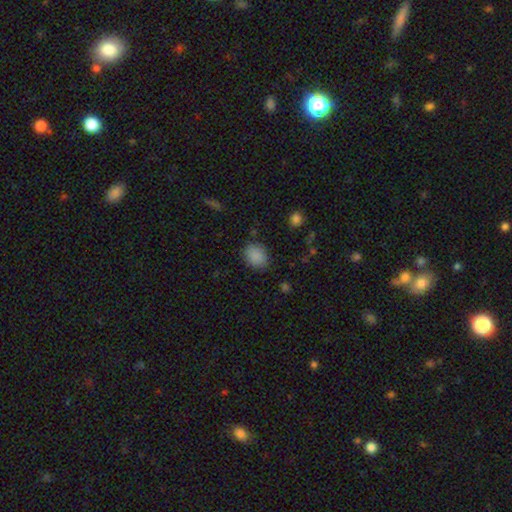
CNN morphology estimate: smooth-or-featured: smooth: 87% | star or artifact: 9% | featured or disk: 4%
  how-rounded: in between: 50% | round: 49% | cigar-shaped: 1%
  merging: none: 82% | minor disturbance: 13% | major disturbance: 3% | merger: 1%